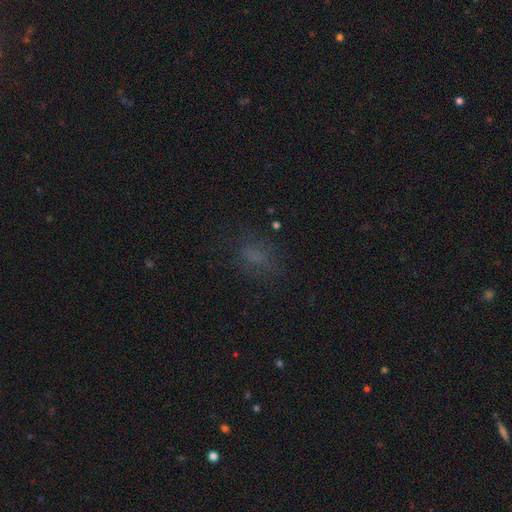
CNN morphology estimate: Smooth or featured? Predicted: smooth (p=0.60). How rounded? Predicted: in between (p=0.67). Merging? Predicted: none (p=0.68).